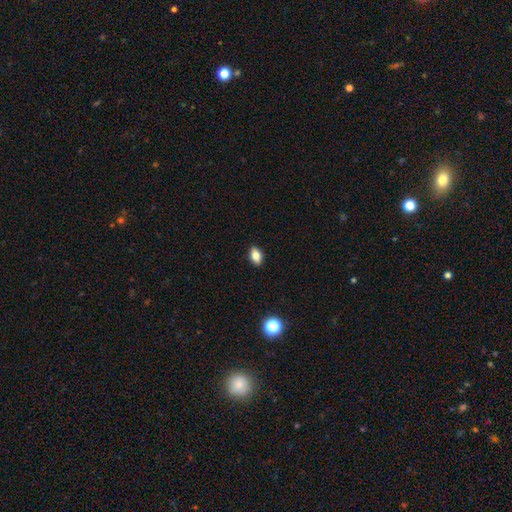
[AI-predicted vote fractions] Smooth or featured?
  - smooth: 77% *
  - featured or disk: 13%
  - star or artifact: 10%
How rounded?
  - in between: 85% *
  - round: 11%
  - cigar-shaped: 5%
Merging?
  - none: 89% *
  - minor disturbance: 8%
  - major disturbance: 2%
  - merger: 1%